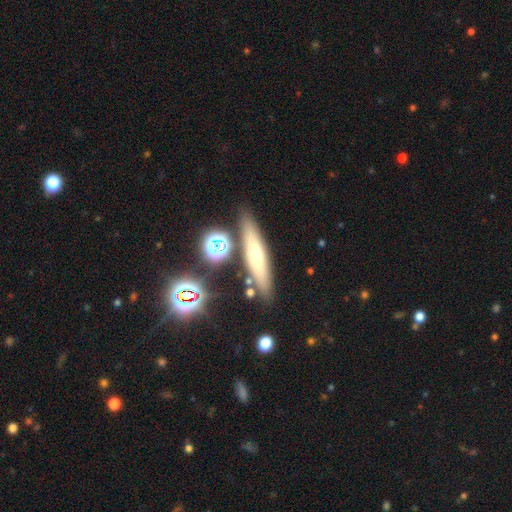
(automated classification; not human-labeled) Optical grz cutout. It shows a smooth galaxy with no disk features (51%) that is cigar-shaped (80%). Merging: none (82%).